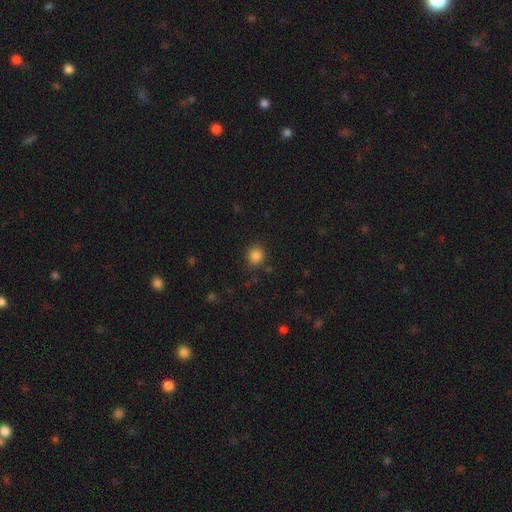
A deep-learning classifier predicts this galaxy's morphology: type=smooth (85%); roundness=round (86%); merging=none (87%).